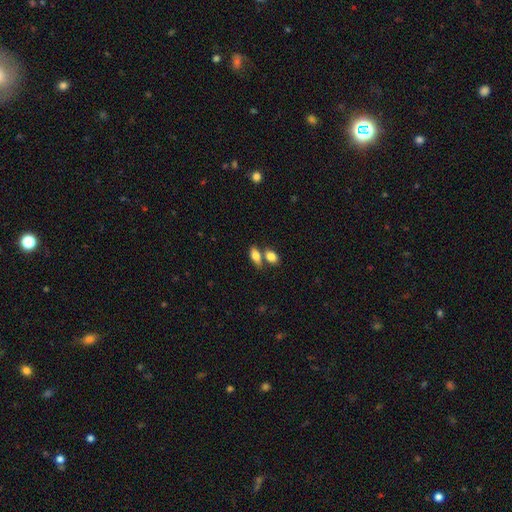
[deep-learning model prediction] This appears to be a smooth galaxy with no disk features (80%) that is in between round and cigar-shaped (85%). Merging: none (47%).